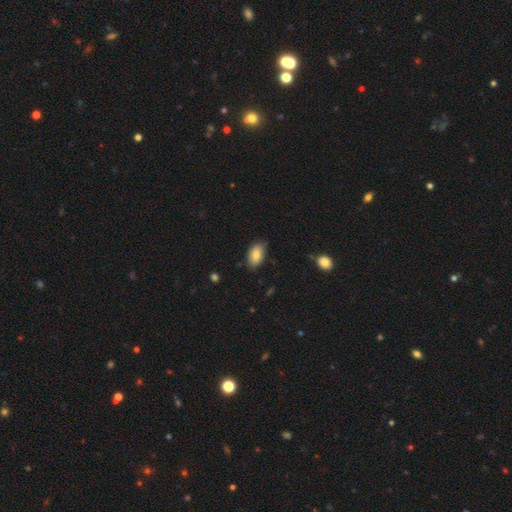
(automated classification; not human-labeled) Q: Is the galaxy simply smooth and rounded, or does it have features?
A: smooth — 81%.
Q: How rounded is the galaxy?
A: in between — 93%.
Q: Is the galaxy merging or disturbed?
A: none — 79%.